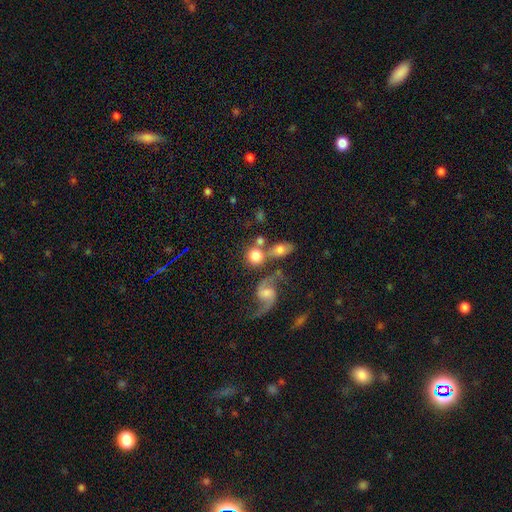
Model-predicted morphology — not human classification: Smooth or featured: smooth — 66% (featured or disk — 25%)
How rounded: round — 84% (in between — 14%)
Merging: none — 51% (merger — 32%)